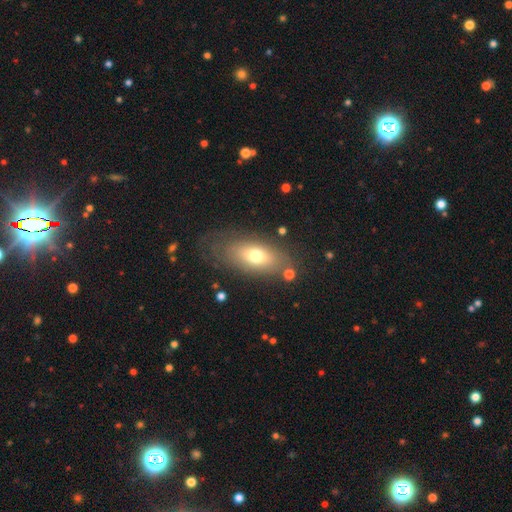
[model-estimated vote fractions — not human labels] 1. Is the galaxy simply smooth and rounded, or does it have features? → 64% smooth, 28% featured or disk, 9% star or artifact.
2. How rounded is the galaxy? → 84% in between, 9% cigar-shaped, 7% round.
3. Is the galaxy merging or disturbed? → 71% none, 16% minor disturbance, 10% major disturbance, 4% merger.